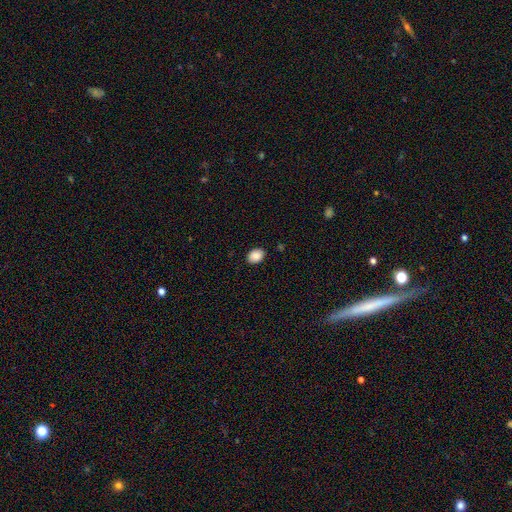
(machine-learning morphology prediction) Q: Smooth or featured?
A: smooth (88%); runner-up: star or artifact (8%)
Q: How rounded?
A: in between (74%); runner-up: round (25%)
Q: Merging?
A: none (88%); runner-up: minor disturbance (9%)